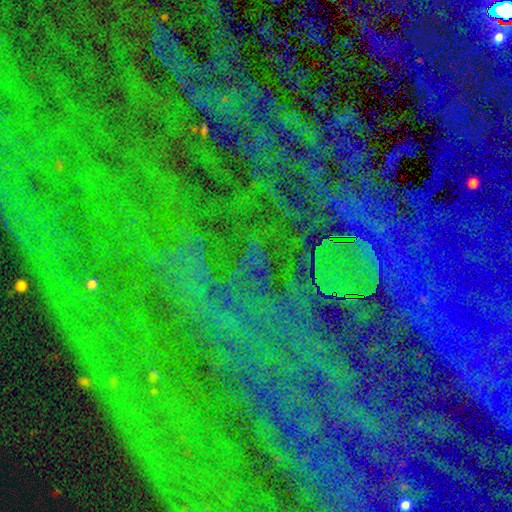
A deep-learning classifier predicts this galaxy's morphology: Overall: star or artifact (85%).